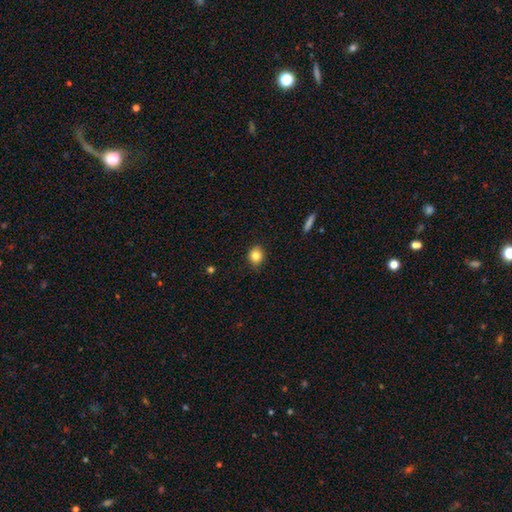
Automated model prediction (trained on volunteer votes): A smooth galaxy with no disk features (84%) that is round (74%). Merging: none (88%).